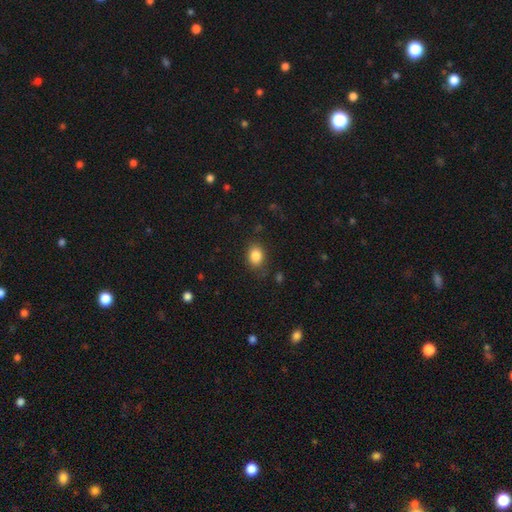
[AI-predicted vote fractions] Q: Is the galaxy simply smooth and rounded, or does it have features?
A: smooth — 86%.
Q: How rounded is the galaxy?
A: in between — 62%.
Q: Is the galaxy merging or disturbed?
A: none — 80%.